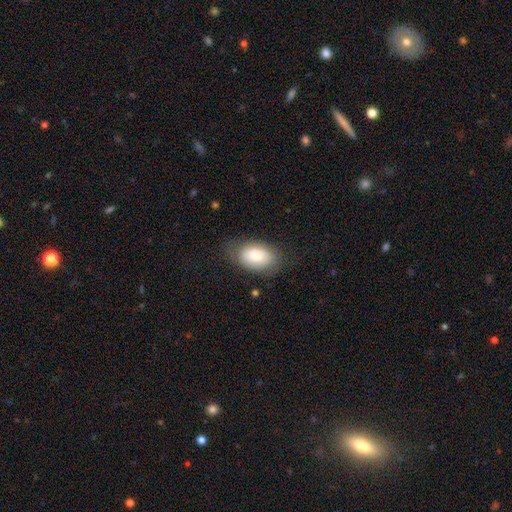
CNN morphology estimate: Smooth or featured? Predicted: smooth (p=0.80). How rounded? Predicted: in between (p=0.91). Merging? Predicted: none (p=0.71).